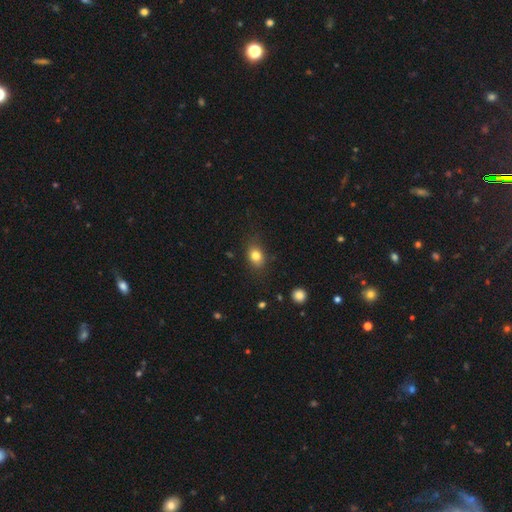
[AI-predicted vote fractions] Morphology: type=smooth (81%); roundness=in between (61%); merging=none (79%).